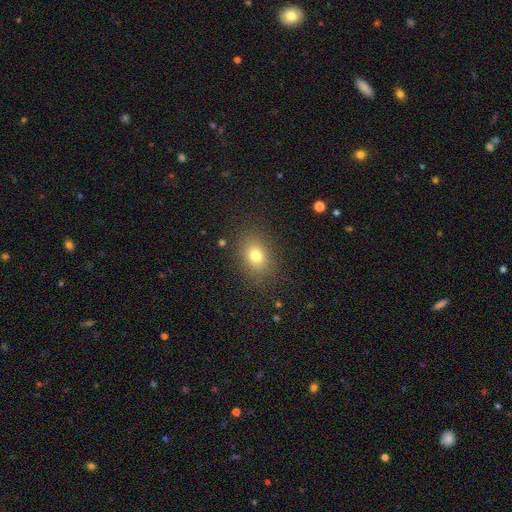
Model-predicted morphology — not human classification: smooth 77%, star or artifact 13%, featured or disk 11%. Down the decision tree: how rounded — in between (67%); merging — none (85%).